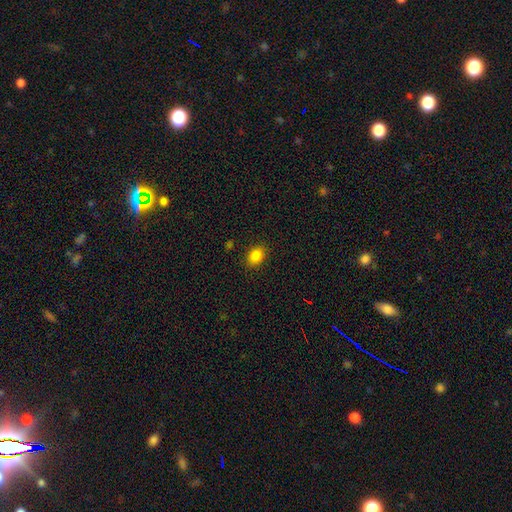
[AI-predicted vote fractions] A smooth galaxy with no disk features (85%) that is in between round and cigar-shaped (67%). Merging: none (87%).